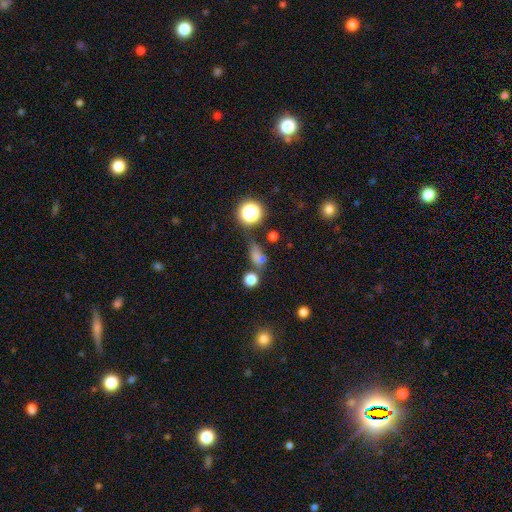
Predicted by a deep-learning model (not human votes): smooth 62%, star or artifact 25%, featured or disk 12%. Down the decision tree: how rounded — in between (52%); merging — none (48%).